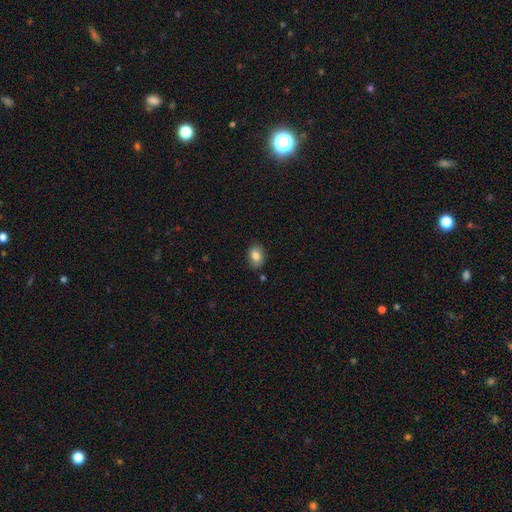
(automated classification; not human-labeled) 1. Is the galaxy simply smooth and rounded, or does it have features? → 82% smooth, 10% featured or disk, 8% star or artifact.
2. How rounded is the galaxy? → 75% in between, 23% round, 1% cigar-shaped.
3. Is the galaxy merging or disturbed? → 82% none, 13% minor disturbance, 2% major disturbance, 2% merger.